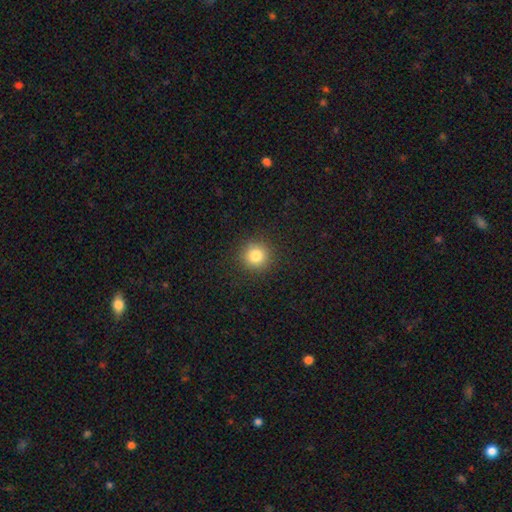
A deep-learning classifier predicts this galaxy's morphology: Smooth or featured?
  - smooth: 83% *
  - star or artifact: 11%
  - featured or disk: 6%
How rounded?
  - round: 94% *
  - in between: 5%
  - cigar-shaped: 1%
Merging?
  - none: 91% *
  - minor disturbance: 6%
  - major disturbance: 2%
  - merger: 1%